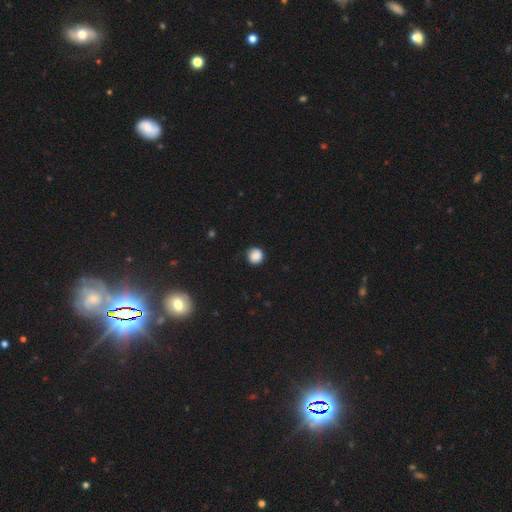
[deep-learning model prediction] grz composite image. It shows a smooth galaxy with no disk features (85%) that is round (91%). Merging: none (81%).